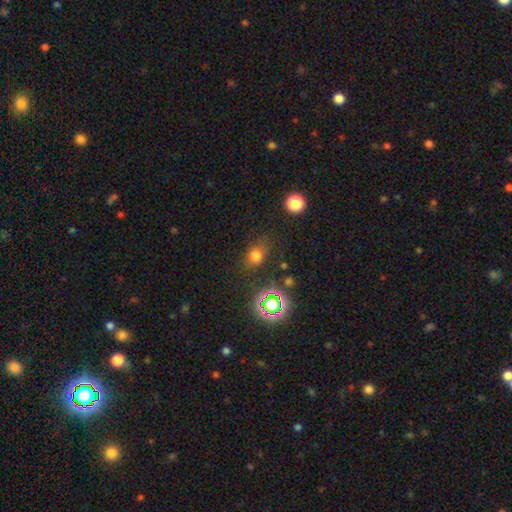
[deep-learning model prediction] A smooth galaxy with no disk features (70%) that is in between round and cigar-shaped (51%). Merging: none (74%).